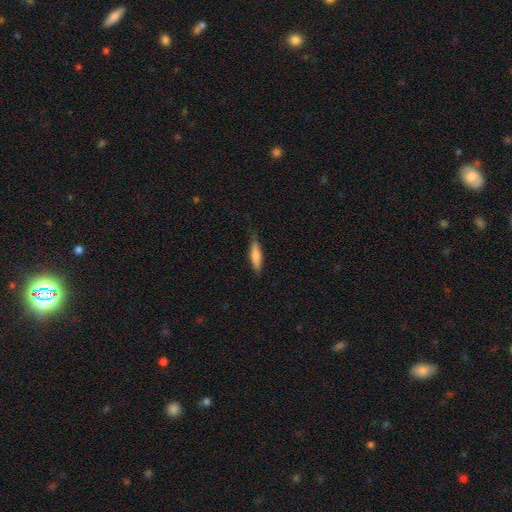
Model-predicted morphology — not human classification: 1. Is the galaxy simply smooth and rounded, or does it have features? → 74% smooth, 21% featured or disk, 6% star or artifact.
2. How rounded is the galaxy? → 75% cigar-shaped, 23% in between, 2% round.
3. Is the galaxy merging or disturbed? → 79% none, 17% minor disturbance, 3% major disturbance, 1% merger.